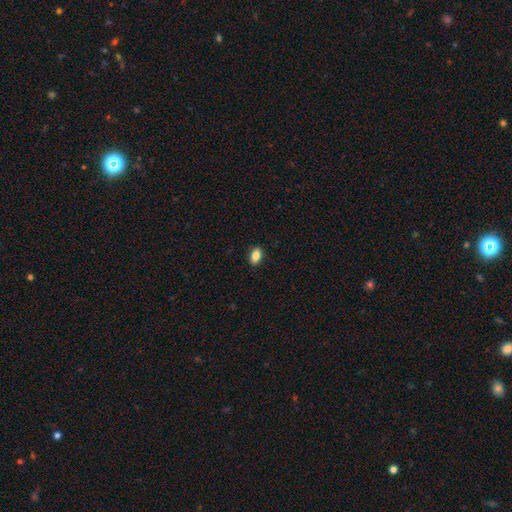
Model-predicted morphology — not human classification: Smooth or featured: smooth — 84% (star or artifact — 8%)
How rounded: in between — 88% (round — 8%)
Merging: none — 89% (minor disturbance — 8%)